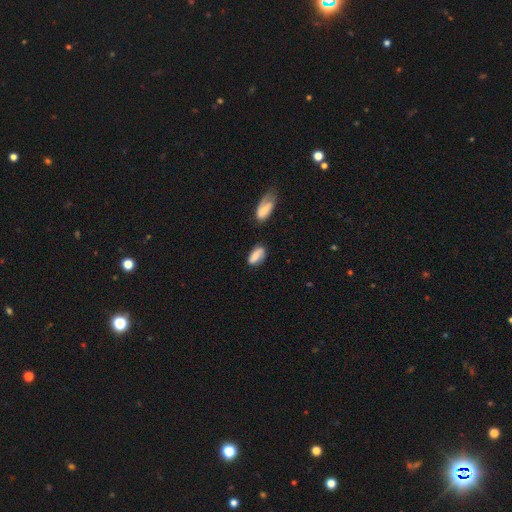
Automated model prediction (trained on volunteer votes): The model was most divided on "merging": none: 61%, minor disturbance: 24%, merger: 8%, major disturbance: 6%. More confident: how rounded — in between (90%); smooth or featured — smooth (73%).